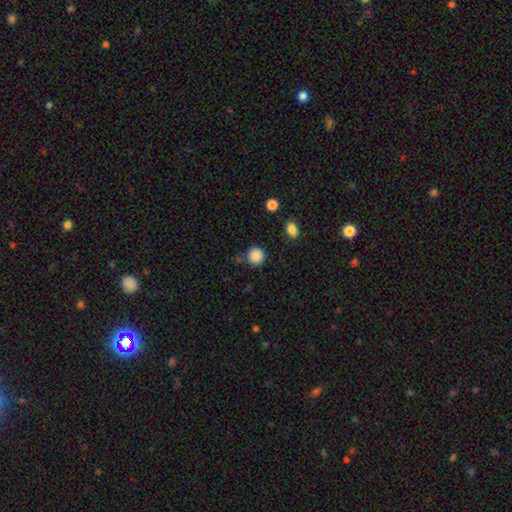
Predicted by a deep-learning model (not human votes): Q: Smooth or featured?
A: smooth (87%); runner-up: star or artifact (10%)
Q: How rounded?
A: round (93%); runner-up: in between (6%)
Q: Merging?
A: none (81%); runner-up: minor disturbance (11%)